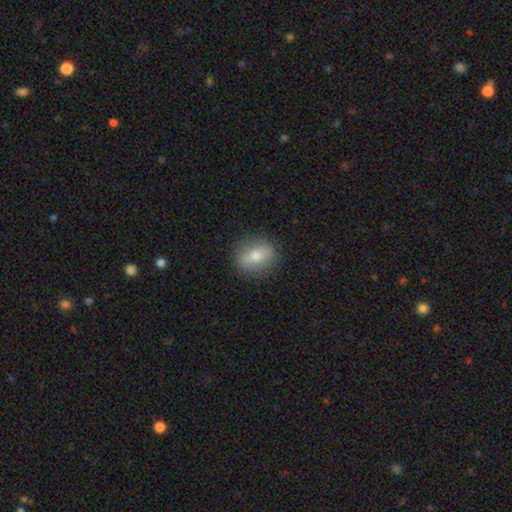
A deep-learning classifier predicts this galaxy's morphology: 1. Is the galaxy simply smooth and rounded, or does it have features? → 69% smooth, 23% featured or disk, 9% star or artifact.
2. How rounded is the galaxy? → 49% in between, 48% round, 3% cigar-shaped.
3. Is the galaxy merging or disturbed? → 87% none, 10% minor disturbance, 3% major disturbance, 1% merger.